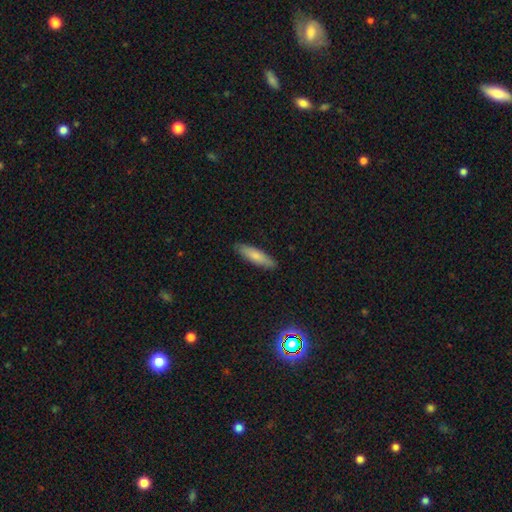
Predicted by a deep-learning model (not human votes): A smooth galaxy with no disk features (77%) that is cigar-shaped (70%).

Vote fractions:
- Smooth or featured? smooth: 77% / featured or disk: 18% / star or artifact: 6%
- How rounded? cigar-shaped: 70% / in between: 29% / round: 2%
- Merging? none: 88% / minor disturbance: 9% / major disturbance: 2% / merger: 1%